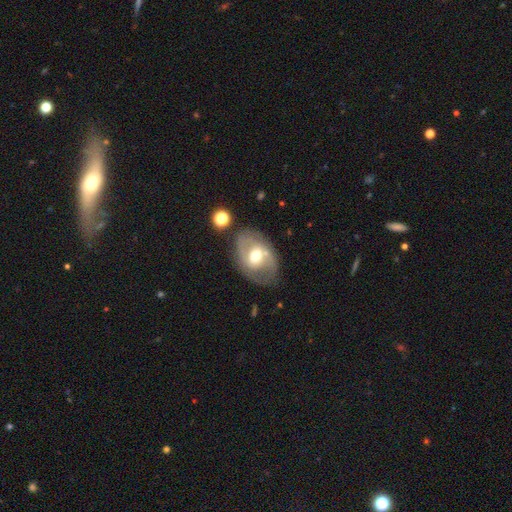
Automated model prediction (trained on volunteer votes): Smooth or featured?
  - featured or disk: 62% *
  - smooth: 31%
  - star or artifact: 7%
Edge-on disk?
  - no: 93% *
  - yes: 7%
Bar?
  - no: 42% *
  - weak: 39%
  - strong: 18%
Spiral arms?
  - no: 50% * (tied)
  - yes: 50% * (tied)
Bulge size?
  - moderate: 69% *
  - small: 19%
  - large: 9%
  - dominant: 1%
  - none: 1%
Merging?
  - none: 71% *
  - minor disturbance: 17%
  - major disturbance: 7%
  - merger: 5%